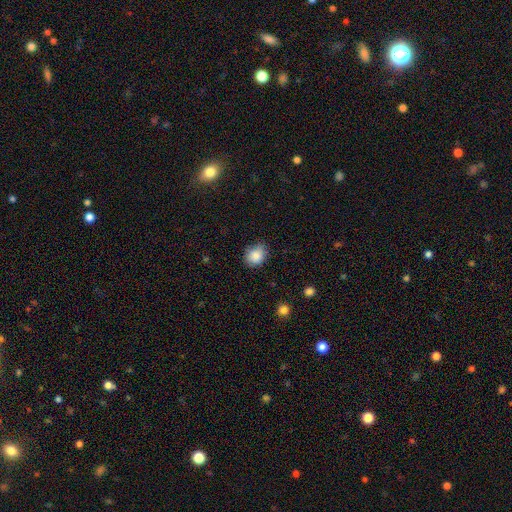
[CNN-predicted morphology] Q: Smooth or featured?
A: smooth (86%); runner-up: star or artifact (8%)
Q: How rounded?
A: round (52%); runner-up: in between (47%)
Q: Merging?
A: none (70%); runner-up: minor disturbance (24%)